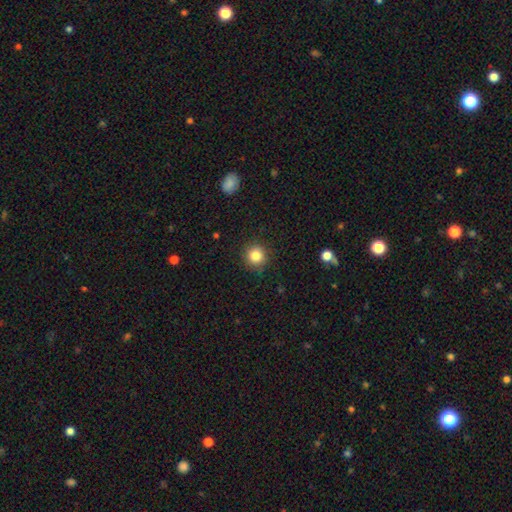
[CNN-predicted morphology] Smooth or featured: smooth — 84% (star or artifact — 11%)
How rounded: round — 93% (in between — 6%)
Merging: none — 89% (minor disturbance — 7%)